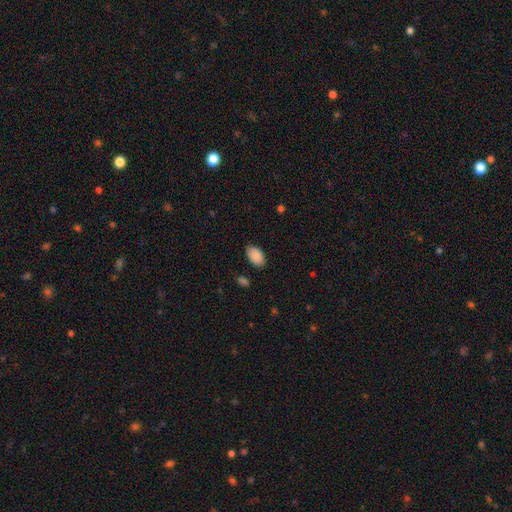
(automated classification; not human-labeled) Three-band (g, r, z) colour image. It shows a smooth galaxy with no disk features (90%) that is in between round and cigar-shaped (93%). Merging: none (86%).